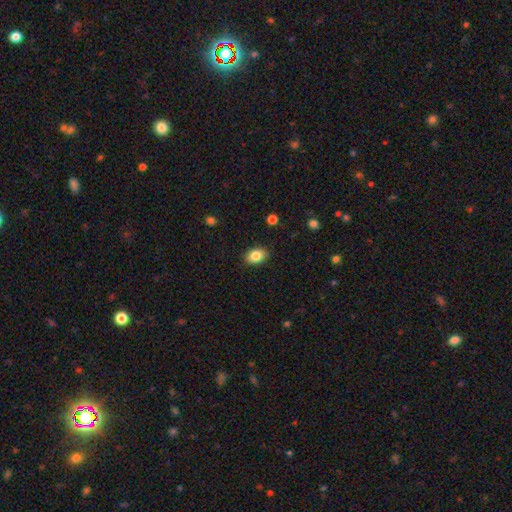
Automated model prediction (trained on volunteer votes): This is clearly a smooth galaxy (85%). How rounded: clearly in between (83%). Merging: clearly none (88%).